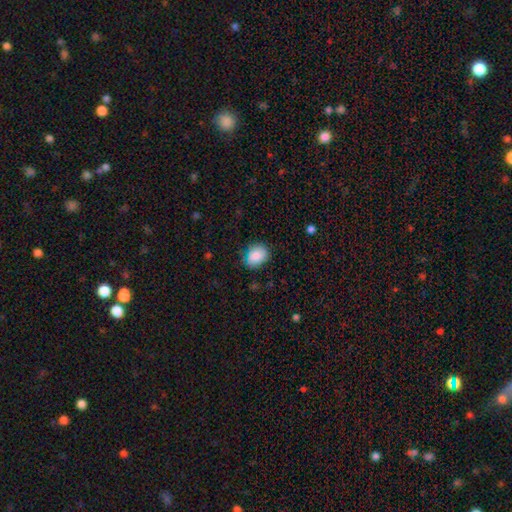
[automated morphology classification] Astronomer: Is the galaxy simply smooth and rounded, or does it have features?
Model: smooth — 88%.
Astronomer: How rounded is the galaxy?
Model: in between — 65%.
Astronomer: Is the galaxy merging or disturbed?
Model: none — 78%.